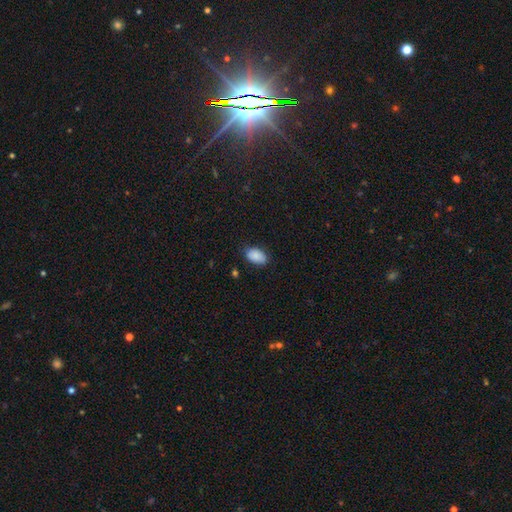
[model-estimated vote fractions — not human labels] The model was most divided on "merging": none: 78%, minor disturbance: 17%, major disturbance: 3%, merger: 1%. More confident: how rounded — in between (91%); smooth or featured — smooth (88%).